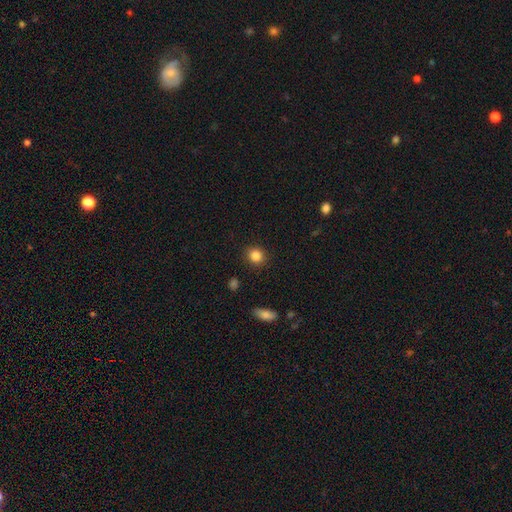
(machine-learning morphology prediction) Smooth or featured: smooth — 85% (star or artifact — 10%)
How rounded: round — 85% (in between — 14%)
Merging: none — 90% (minor disturbance — 7%)